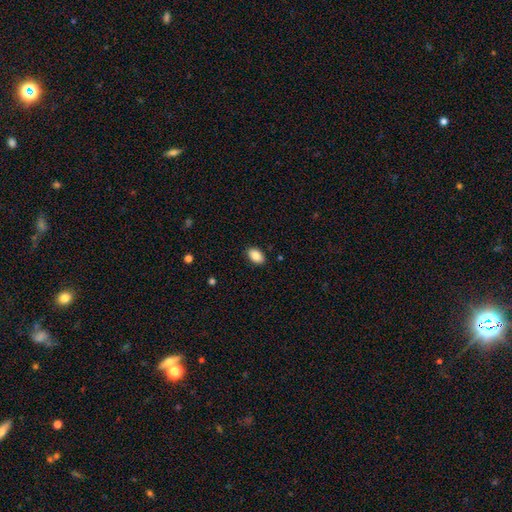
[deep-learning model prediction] A smooth galaxy with no disk features (87%) that is in between round and cigar-shaped (91%).

Vote fractions:
- Smooth or featured? smooth: 87% / star or artifact: 7% / featured or disk: 6%
- How rounded? in between: 91% / round: 8% / cigar-shaped: 1%
- Merging? none: 88% / minor disturbance: 9% / major disturbance: 2% / merger: 1%